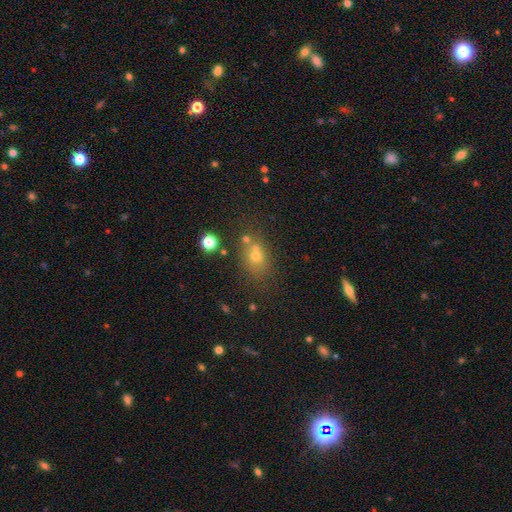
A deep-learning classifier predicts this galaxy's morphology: Overall: smooth (62%). How rounded: round (59%; in between 40%). Merging: none (56%; merger 27%).